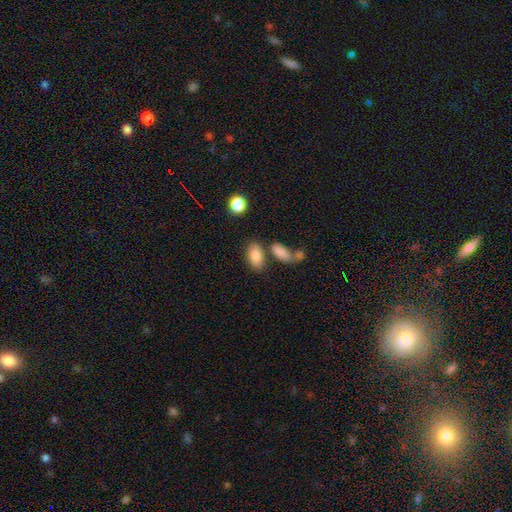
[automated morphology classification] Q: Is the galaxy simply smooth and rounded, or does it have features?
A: smooth — 84%.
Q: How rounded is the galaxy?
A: in between — 91%.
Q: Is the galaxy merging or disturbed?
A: none — 69%.